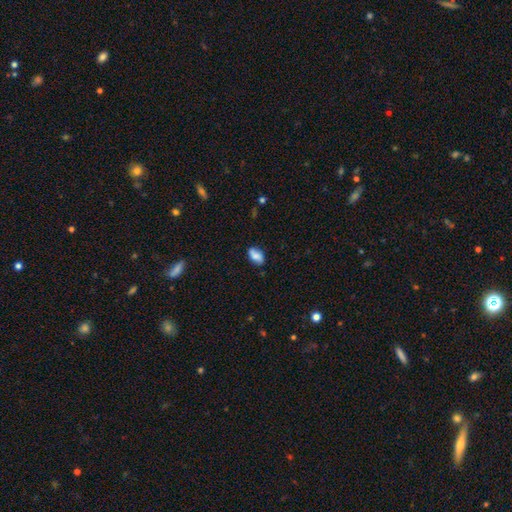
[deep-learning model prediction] Morphology: type=smooth (75%); roundness=in between (91%); merging=none (76%).